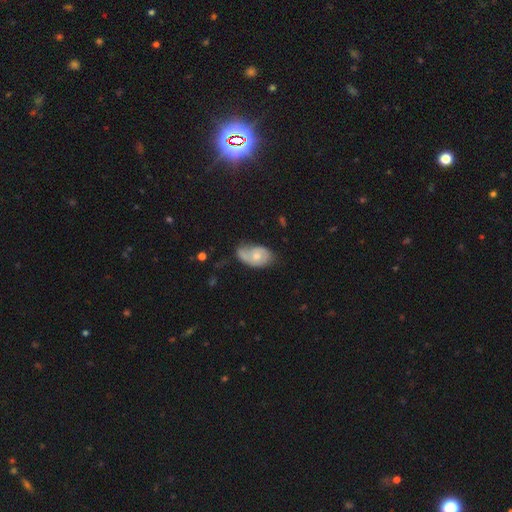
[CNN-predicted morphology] This appears to be a featured or disk galaxy (47%). Merging: minor disturbance (38%).